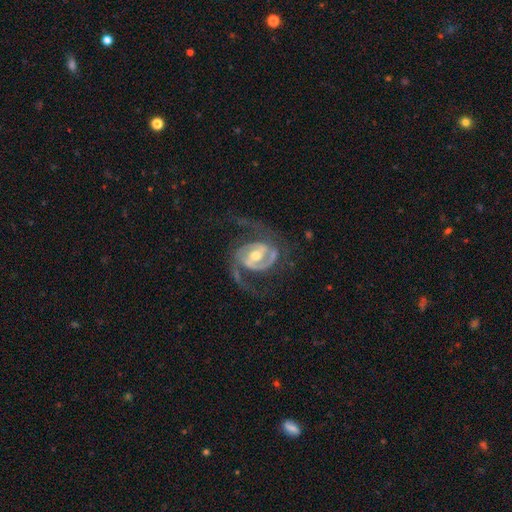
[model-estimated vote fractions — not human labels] Smooth or featured? Predicted: featured or disk (p=0.92). Edge-on disk? Predicted: no (p=0.98). Bar? Predicted: weak (p=0.41). Spiral arms? Predicted: yes (p=0.98). Spiral winding? Predicted: medium (p=0.53). Spiral arm count? Predicted: 2 (p=0.78). Bulge size? Predicted: moderate (p=0.61). Merging? Predicted: none (p=0.62).